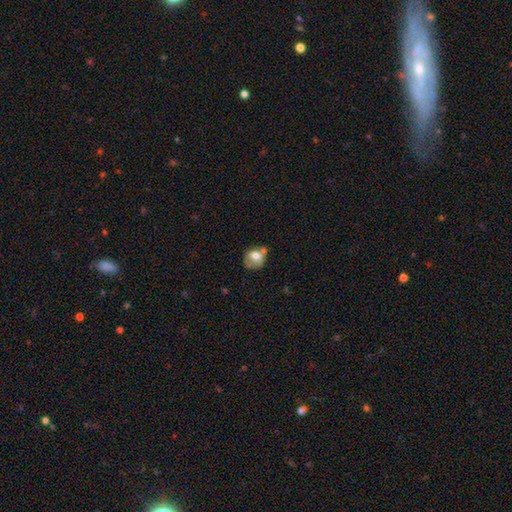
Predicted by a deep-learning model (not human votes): Morphology: type=smooth (61%); roundness=round (68%); merging=none (43%).